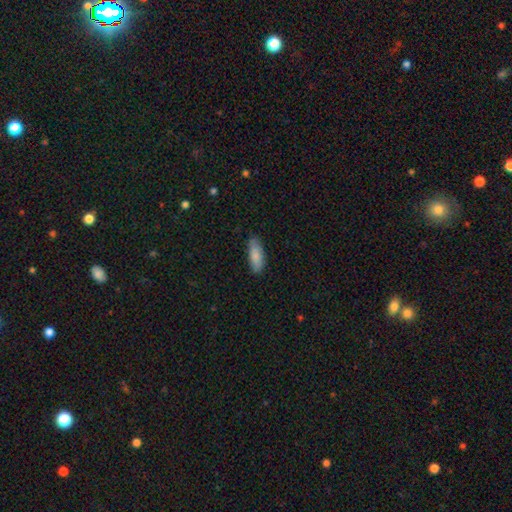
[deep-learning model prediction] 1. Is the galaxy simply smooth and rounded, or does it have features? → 84% smooth, 10% featured or disk, 6% star or artifact.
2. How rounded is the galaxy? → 71% in between, 27% cigar-shaped, 2% round.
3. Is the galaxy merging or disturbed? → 82% none, 14% minor disturbance, 2% major disturbance, 1% merger.